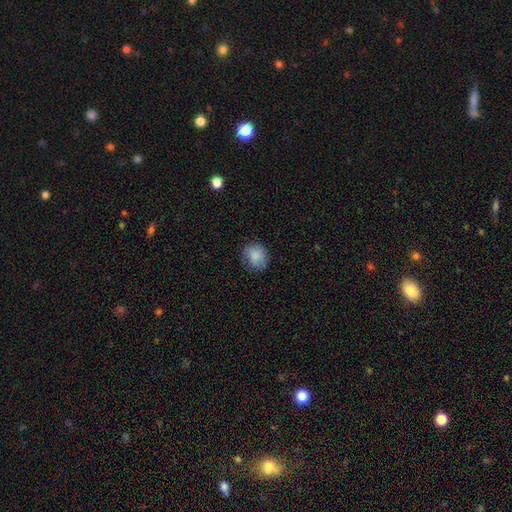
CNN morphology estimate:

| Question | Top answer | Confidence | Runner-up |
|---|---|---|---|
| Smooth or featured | smooth | 86% | star or artifact (8%) |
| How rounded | round | 67% | in between (32%) |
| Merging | none | 76% | minor disturbance (18%) |